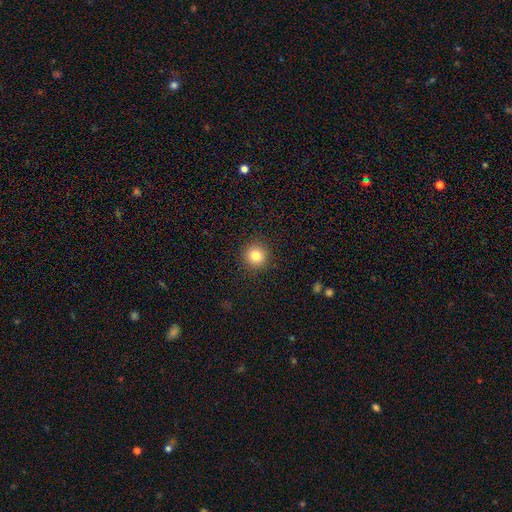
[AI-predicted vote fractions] Q: Smooth or featured?
A: smooth (82%); runner-up: star or artifact (11%)
Q: How rounded?
A: round (94%); runner-up: in between (5%)
Q: Merging?
A: none (91%); runner-up: minor disturbance (6%)